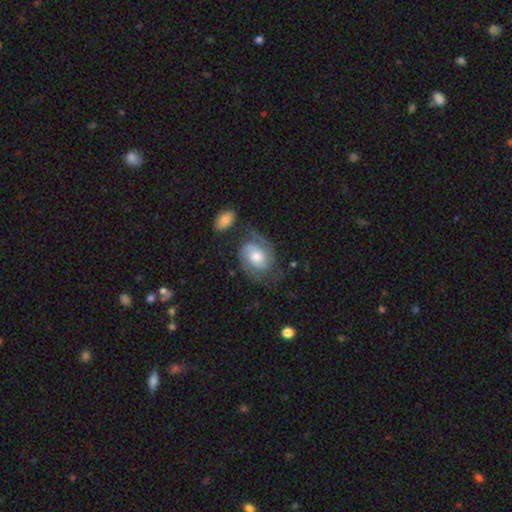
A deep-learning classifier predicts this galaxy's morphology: Smooth or featured: featured or disk — 76% (smooth — 17%)
Edge-on disk: no — 97% (yes — 3%)
Bar: no — 58% (weak — 35%)
Spiral arms: yes — 93% (no — 7%)
Spiral winding: medium — 44% (tight — 41%)
Spiral arm count: 2 — 74% (can't tell — 13%)
Bulge size: moderate — 63% (small — 21%)
Merging: none — 60% (minor disturbance — 21%)